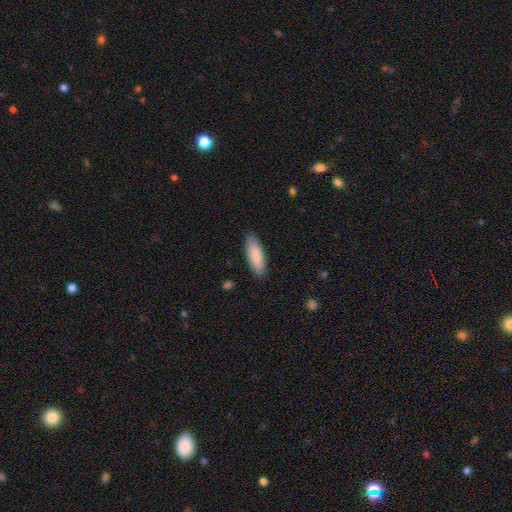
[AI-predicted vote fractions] The model was most divided on "how rounded": in between: 60%, cigar-shaped: 39%, round: 1%. More confident: merging — none (87%); smooth or featured — smooth (87%).